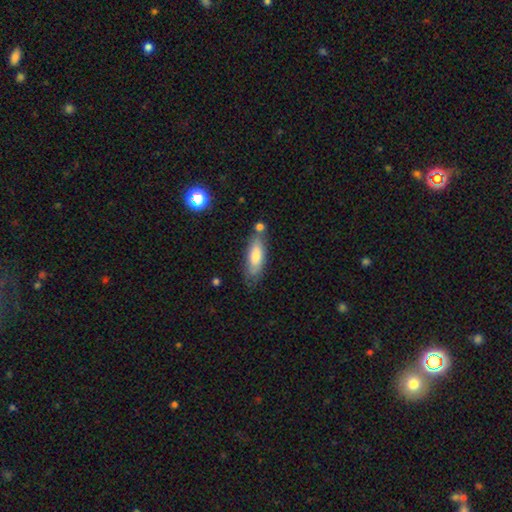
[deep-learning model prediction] smooth 71%, featured or disk 22%, star or artifact 7%. Down the decision tree: how rounded — in between (61%); merging — none (67%).